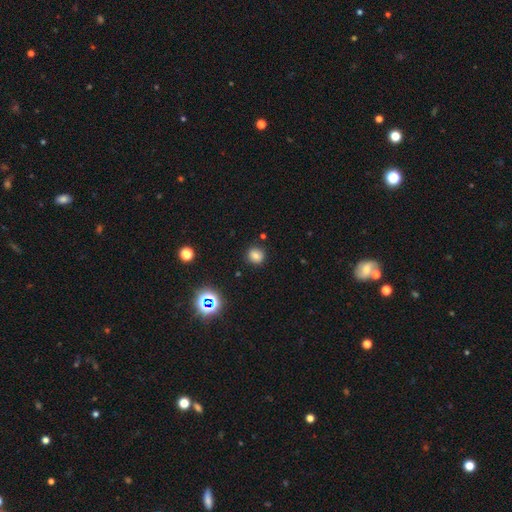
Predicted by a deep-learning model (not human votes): A smooth galaxy with no disk features (74%) that is round (89%). Merging: none (87%).